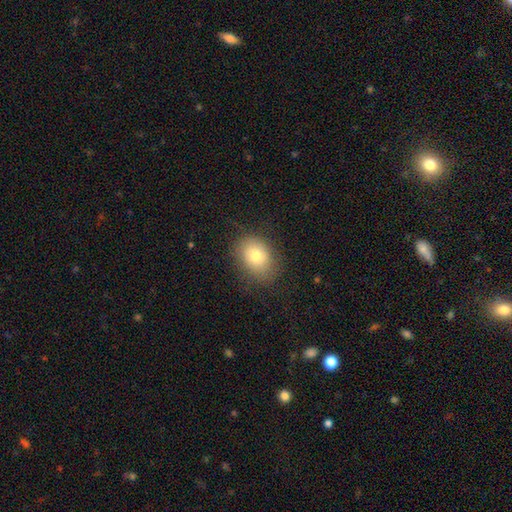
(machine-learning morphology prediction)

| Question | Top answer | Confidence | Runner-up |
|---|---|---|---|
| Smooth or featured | smooth | 77% | featured or disk (13%) |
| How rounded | in between | 64% | round (35%) |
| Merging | none | 79% | minor disturbance (15%) |